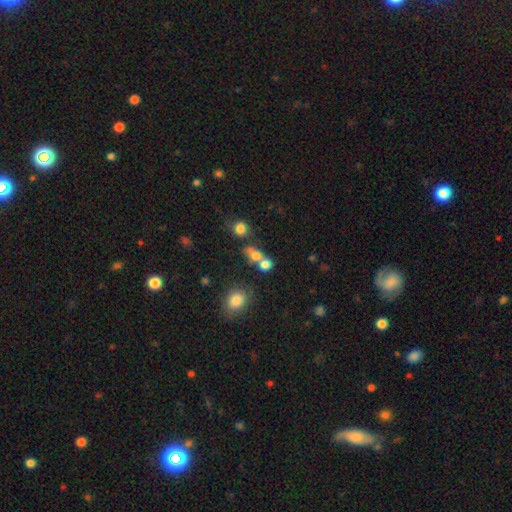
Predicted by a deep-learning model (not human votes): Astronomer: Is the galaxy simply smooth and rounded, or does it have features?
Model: smooth — 73%.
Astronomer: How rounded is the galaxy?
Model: round — 63%.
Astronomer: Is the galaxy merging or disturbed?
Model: merger — 49% (runner-up: none, 35%).